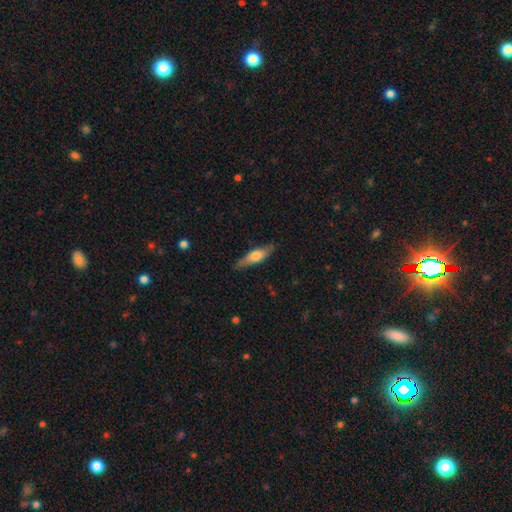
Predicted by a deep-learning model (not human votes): Smooth or featured? smooth (57%)
How rounded? cigar-shaped (66%)
Merging? none (83%)